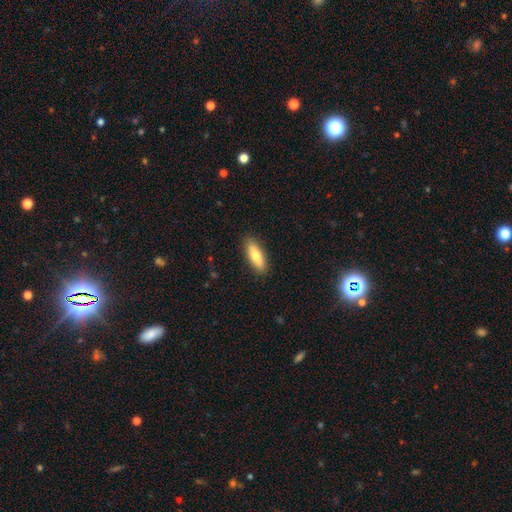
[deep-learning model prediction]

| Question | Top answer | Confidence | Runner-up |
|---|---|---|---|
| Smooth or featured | smooth | 76% | featured or disk (18%) |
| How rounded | in between | 63% | cigar-shaped (35%) |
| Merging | none | 89% | minor disturbance (9%) |